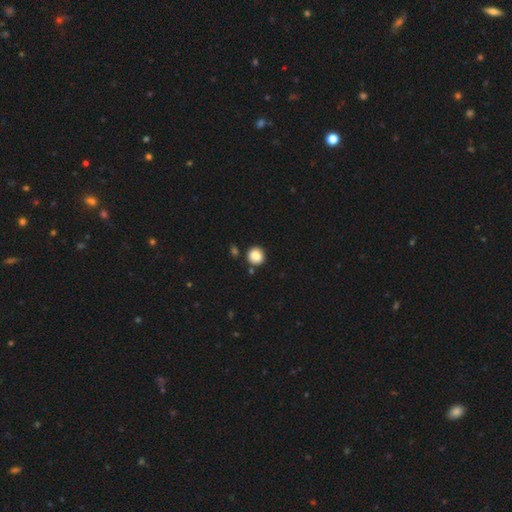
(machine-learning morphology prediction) A smooth galaxy with no disk features (85%) that is round (87%). Merging: none (86%).